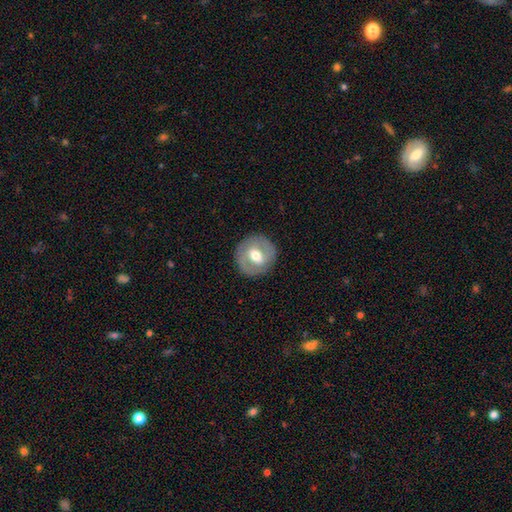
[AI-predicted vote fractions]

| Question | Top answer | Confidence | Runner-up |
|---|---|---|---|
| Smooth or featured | featured or disk | 51% | smooth (43%) |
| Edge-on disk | no | 95% | yes (5%) |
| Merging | none | 87% | minor disturbance (8%) |